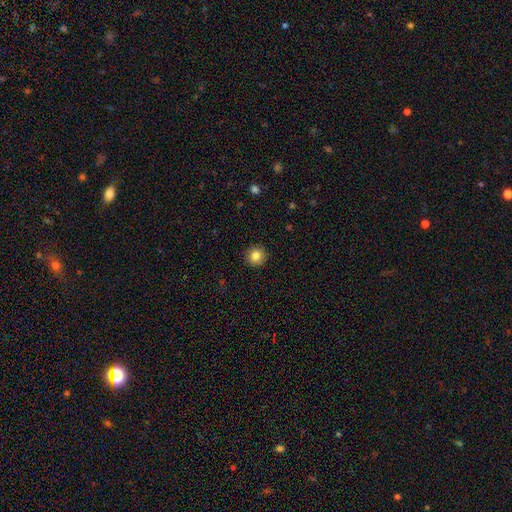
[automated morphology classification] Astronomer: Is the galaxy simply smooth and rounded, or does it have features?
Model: smooth — 83%.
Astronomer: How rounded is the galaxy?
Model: round — 93%.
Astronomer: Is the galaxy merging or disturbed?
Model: none — 92%.